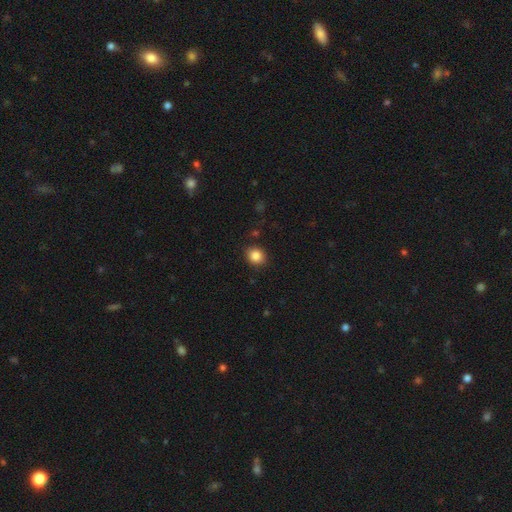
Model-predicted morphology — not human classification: Smooth or featured? Predicted: smooth (p=0.85). How rounded? Predicted: round (p=0.63). Merging? Predicted: none (p=0.88).